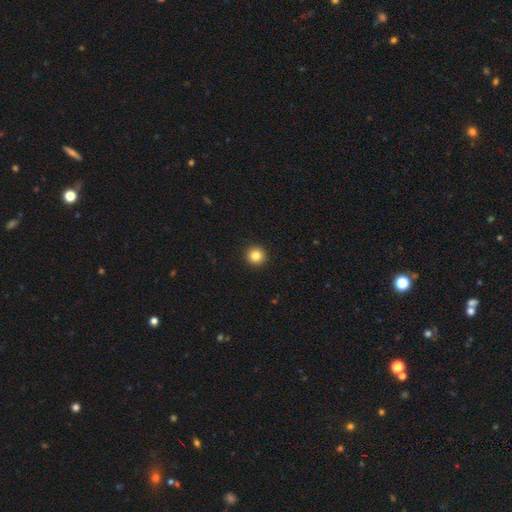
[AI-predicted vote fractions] smooth_or_featured: smooth (p=0.83) [alt: star or artifact p=0.11]
how_rounded: round (p=0.95) [alt: in between p=0.04]
merging: none (p=0.94) [alt: minor disturbance p=0.04]